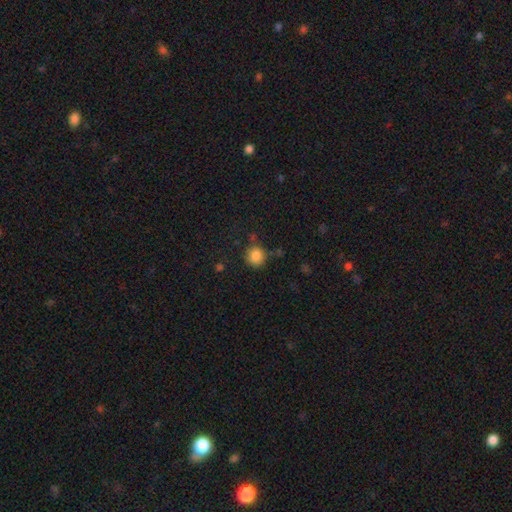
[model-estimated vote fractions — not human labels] The model was most divided on "merging": none: 79%, minor disturbance: 13%, merger: 4%, major disturbance: 4%. More confident: how rounded — round (88%); smooth or featured — smooth (85%).